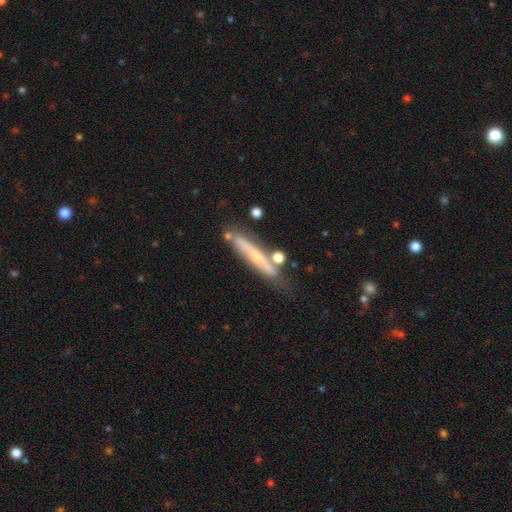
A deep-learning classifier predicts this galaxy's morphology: This appears to be a featured or disk galaxy (58%) viewed edge-on (80%). Merging: none (66%).